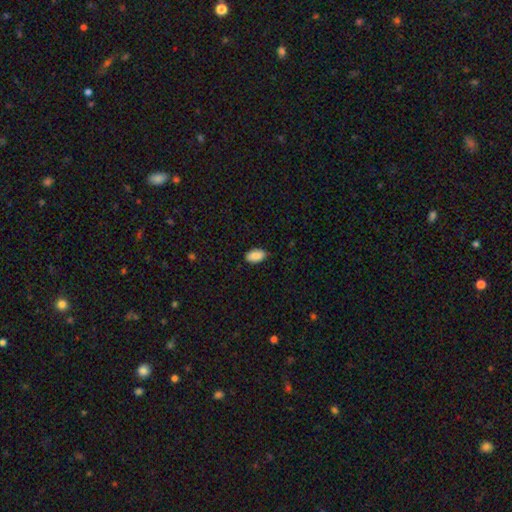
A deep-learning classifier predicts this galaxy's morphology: Q: Smooth or featured?
A: smooth (89%); runner-up: star or artifact (7%)
Q: How rounded?
A: in between (94%); runner-up: round (4%)
Q: Merging?
A: none (84%); runner-up: minor disturbance (13%)